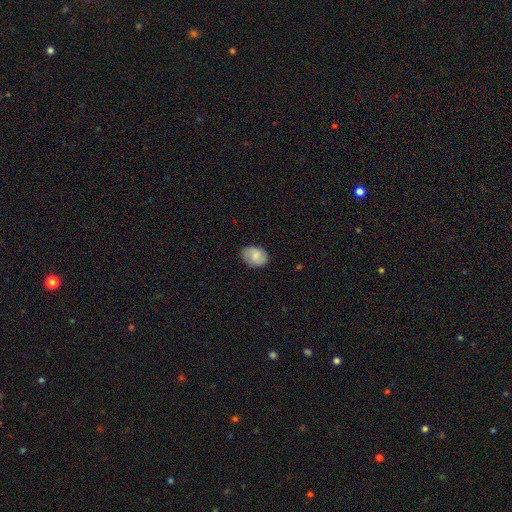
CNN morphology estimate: smooth_or_featured: smooth (p=0.64) [alt: featured or disk p=0.29]
how_rounded: in between (p=0.71) [alt: round p=0.28]
merging: none (p=0.81) [alt: minor disturbance p=0.15]